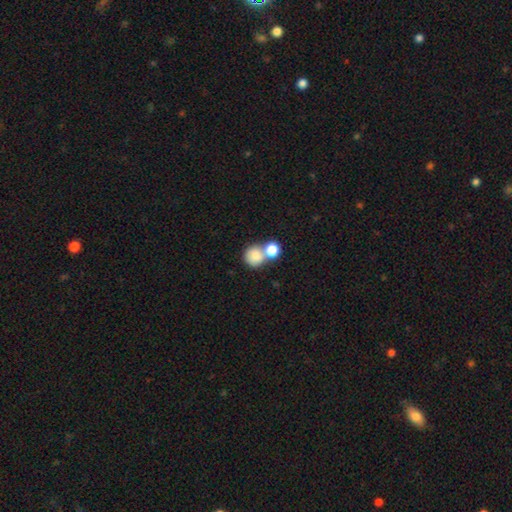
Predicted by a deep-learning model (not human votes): Morphology: type=smooth (81%); roundness=round (82%); merging=merger (56%).